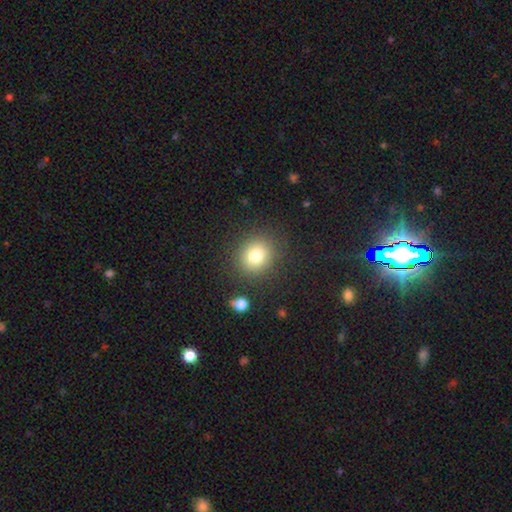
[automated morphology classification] smooth_or_featured: smooth (p=0.80) [alt: star or artifact p=0.13]
how_rounded: round (p=0.81) [alt: in between p=0.18]
merging: none (p=0.86) [alt: minor disturbance p=0.08]